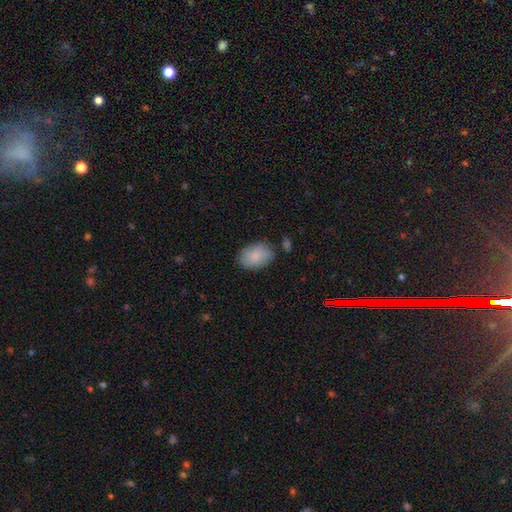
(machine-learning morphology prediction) smooth 83%, featured or disk 11%, star or artifact 6%. Down the decision tree: how rounded — in between (84%); merging — none (73%).